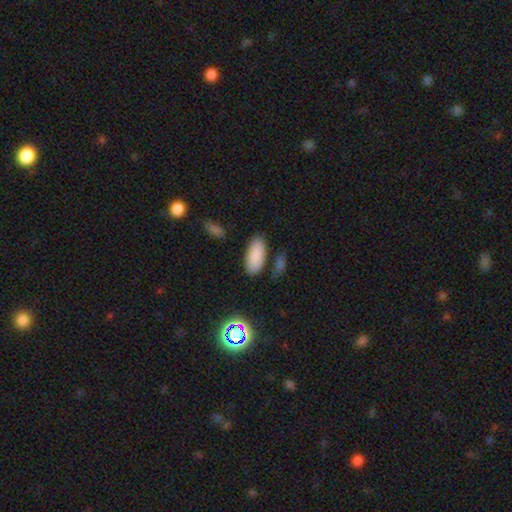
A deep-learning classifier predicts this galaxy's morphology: The model was most divided on "merging": none: 79%, minor disturbance: 12%, merger: 6%, major disturbance: 3%. More confident: how rounded — in between (90%); smooth or featured — smooth (87%).